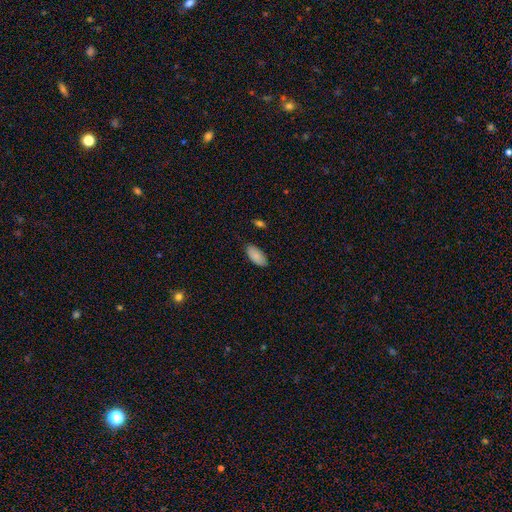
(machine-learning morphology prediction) Overall: smooth (87%). How rounded: in between (93%). Merging: none (84%).